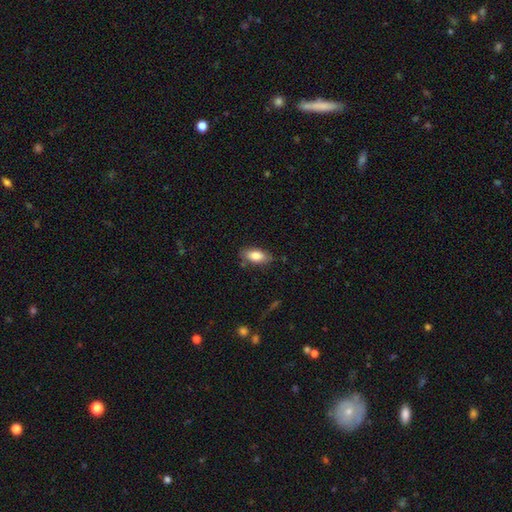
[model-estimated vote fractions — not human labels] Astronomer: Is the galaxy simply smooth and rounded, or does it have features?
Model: smooth — 83%.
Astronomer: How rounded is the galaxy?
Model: in between — 87%.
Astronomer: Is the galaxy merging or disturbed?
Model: none — 79%.